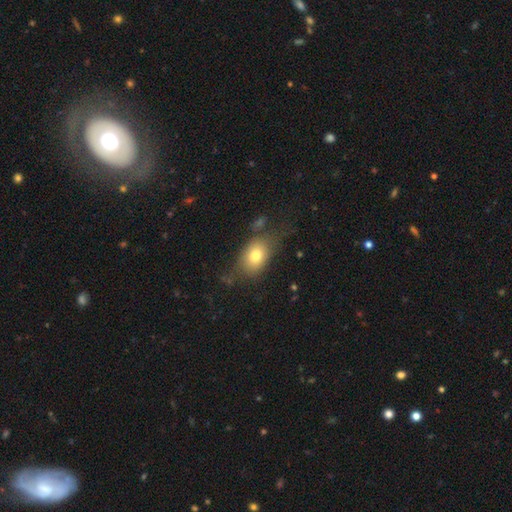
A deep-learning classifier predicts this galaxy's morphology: The model was most divided on "merging": none: 59%, minor disturbance: 24%, major disturbance: 13%, merger: 4%. More confident: how rounded — in between (78%); smooth or featured — smooth (75%).